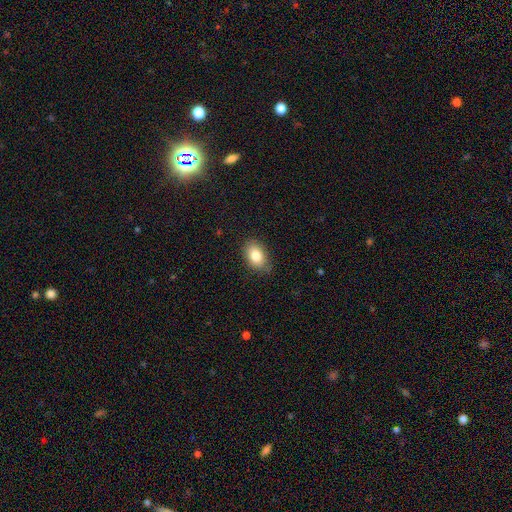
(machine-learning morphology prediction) smooth-or-featured: smooth: 82% | featured or disk: 10% | star or artifact: 8%
  how-rounded: in between: 84% | round: 15% | cigar-shaped: 1%
  merging: none: 80% | minor disturbance: 16% | major disturbance: 3% | merger: 1%